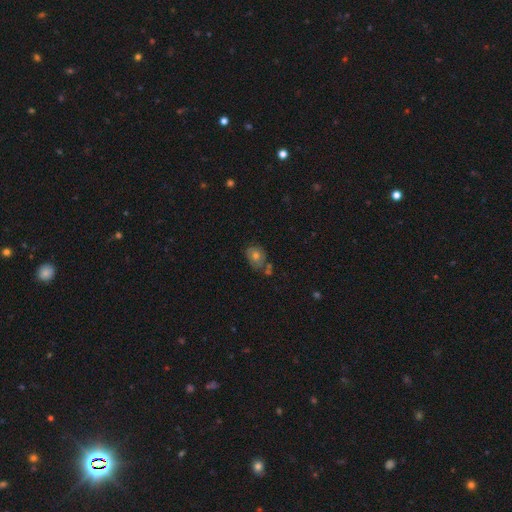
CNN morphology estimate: Smooth or featured?
  - smooth: 56% *
  - featured or disk: 30%
  - star or artifact: 15%
How rounded?
  - in between: 57% *
  - round: 42%
  - cigar-shaped: 1%
Merging?
  - none: 62% *
  - minor disturbance: 20%
  - merger: 12%
  - major disturbance: 6%